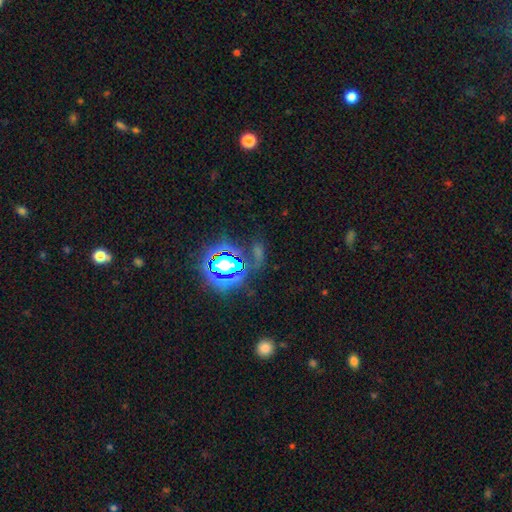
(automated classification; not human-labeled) Smooth or featured? Predicted: star or artifact (p=0.69).